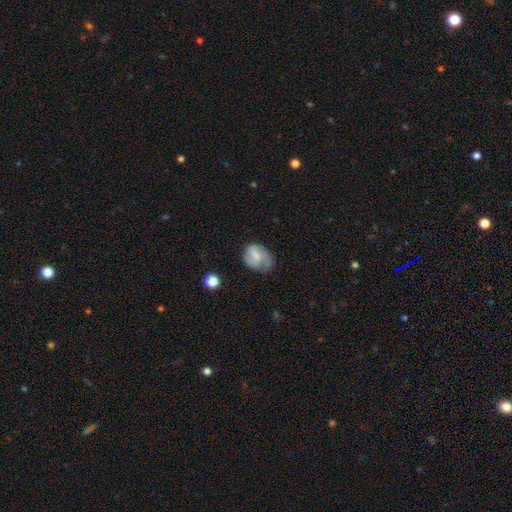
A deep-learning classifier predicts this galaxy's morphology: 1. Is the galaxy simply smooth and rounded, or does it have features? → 47% featured or disk, 45% smooth, 8% star or artifact.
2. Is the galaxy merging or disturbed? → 44% none, 34% minor disturbance, 21% major disturbance, 2% merger.